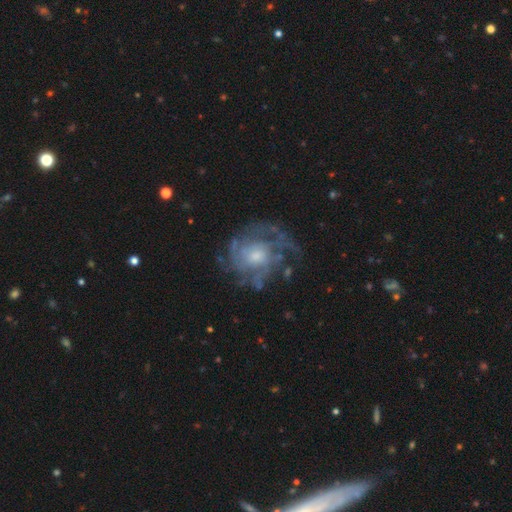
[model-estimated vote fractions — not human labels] Q: Smooth or featured?
A: featured or disk (80%); runner-up: smooth (12%)
Q: Edge-on disk?
A: no (98%); runner-up: yes (2%)
Q: Bar?
A: no (74%); runner-up: weak (23%)
Q: Spiral arms?
A: yes (86%); runner-up: no (14%)
Q: Spiral winding?
A: tight (47%); runner-up: medium (36%)
Q: Spiral arm count?
A: can't tell (43%); runner-up: 3 (16%)
Q: Bulge size?
A: moderate (50%); runner-up: small (37%)
Q: Merging?
A: none (59%); runner-up: major disturbance (20%)